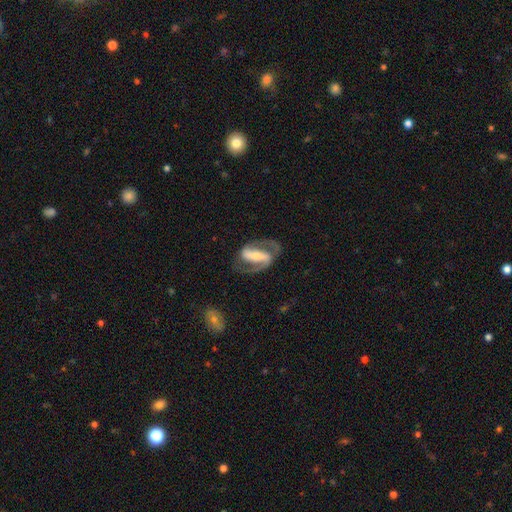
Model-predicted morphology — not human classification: Smooth or featured?
  - featured or disk: 87% *
  - smooth: 9%
  - star or artifact: 4%
Edge-on disk?
  - no: 95% *
  - yes: 5%
Bar?
  - strong: 71% *
  - weak: 19%
  - no: 10%
Spiral arms?
  - yes: 93% *
  - no: 7%
Spiral winding?
  - medium: 55% *
  - tight: 24%
  - loose: 21%
Spiral arm count?
  - 2: 91% *
  - 1: 3%
  - can't tell: 3%
  - 3: 1%
  - 4: 1%
  - more than 4: 1%
Bulge size?
  - small: 42% *
  - moderate: 41%
  - large: 9%
  - none: 5%
  - dominant: 2%
Merging?
  - none: 75% *
  - minor disturbance: 13%
  - major disturbance: 10%
  - merger: 2%